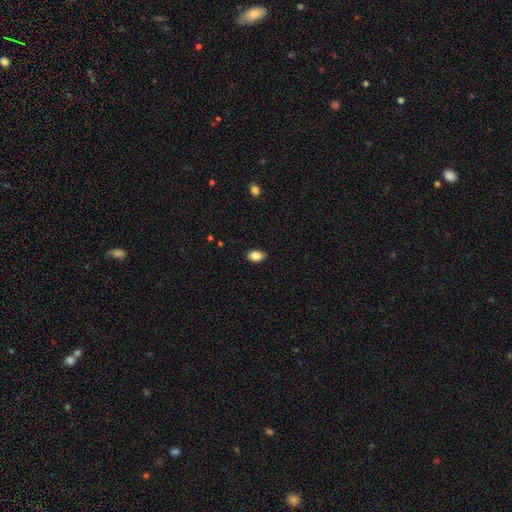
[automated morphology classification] A smooth galaxy with no disk features (85%) that is in between round and cigar-shaped (87%).

Vote fractions:
- Smooth or featured? smooth: 85% / star or artifact: 8% / featured or disk: 7%
- How rounded? in between: 87% / round: 11% / cigar-shaped: 2%
- Merging? none: 85% / minor disturbance: 12% / major disturbance: 2% / merger: 1%